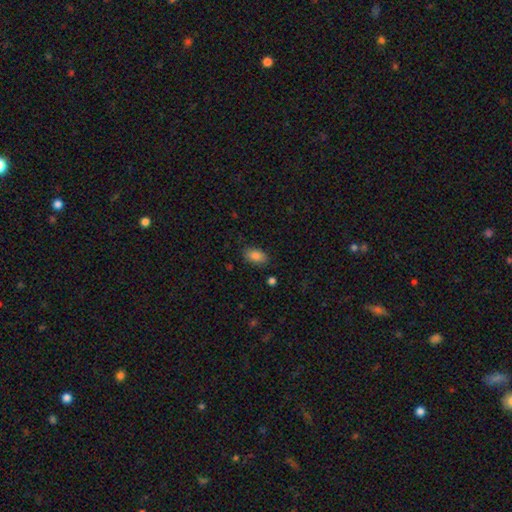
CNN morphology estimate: type=smooth (86%); roundness=in between (91%); merging=none (84%).